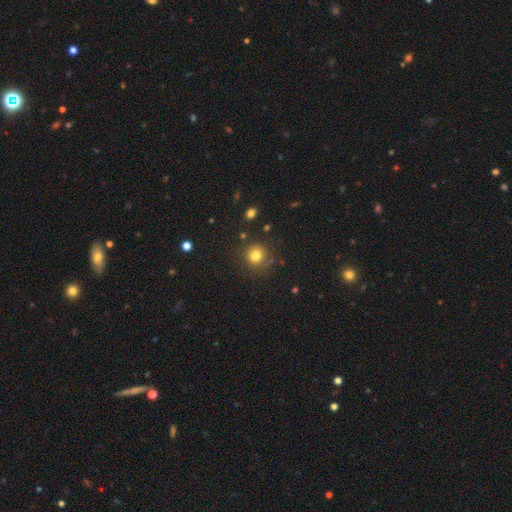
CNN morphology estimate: smooth_or_featured: smooth (p=0.79) [alt: star or artifact p=0.14]
how_rounded: round (p=0.90) [alt: in between p=0.09]
merging: none (p=0.83) [alt: minor disturbance p=0.11]